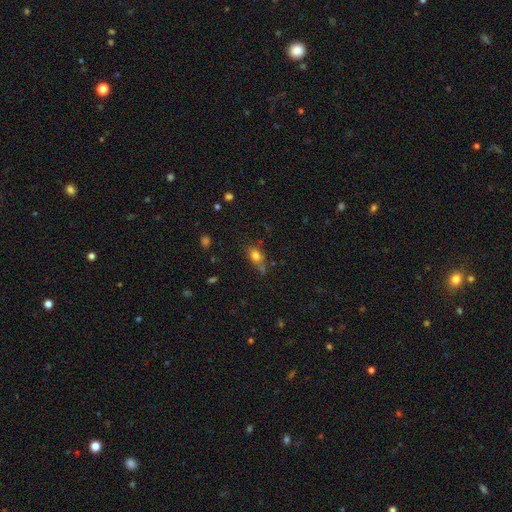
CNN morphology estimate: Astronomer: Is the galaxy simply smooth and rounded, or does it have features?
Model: smooth — 76%.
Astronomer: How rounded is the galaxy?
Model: in between — 63%.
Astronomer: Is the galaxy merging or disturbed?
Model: none — 54%.